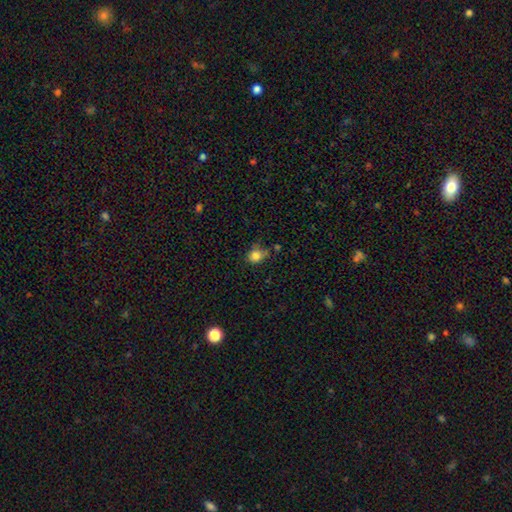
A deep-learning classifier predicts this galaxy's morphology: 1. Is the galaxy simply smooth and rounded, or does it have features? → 81% smooth, 12% star or artifact, 7% featured or disk.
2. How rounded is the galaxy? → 69% round, 30% in between, 1% cigar-shaped.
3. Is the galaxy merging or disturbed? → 60% none, 26% minor disturbance, 8% merger, 7% major disturbance.